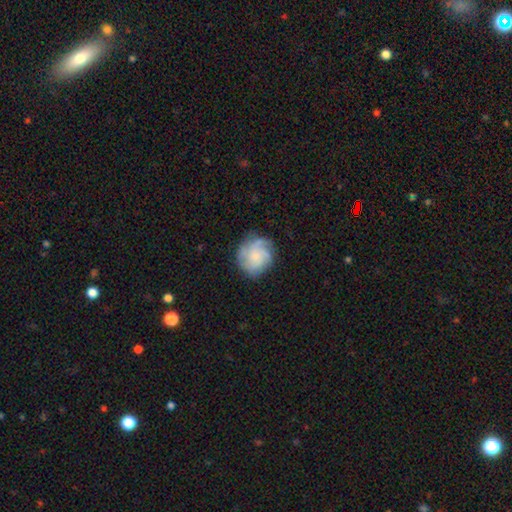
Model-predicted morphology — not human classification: Smooth or featured? featured or disk (61%)
Edge-on disk? no (98%)
Bar? no (76%)
Spiral arms? yes (92%)
Spiral winding? tight (49%)
Spiral arm count? 4 (27%, tied with can't tell)
Bulge size? small (37%)
Merging? none (74%)